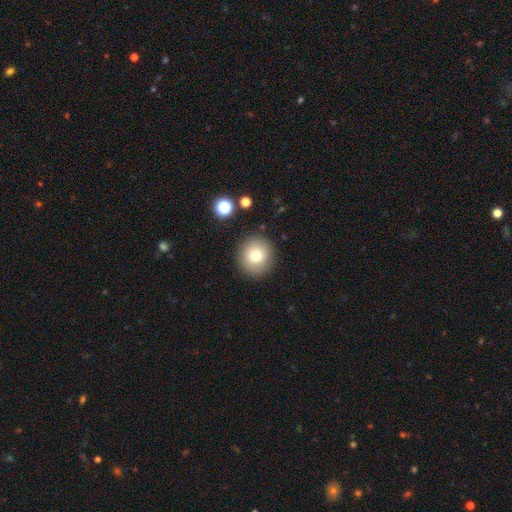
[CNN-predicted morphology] Overall: smooth (76%). How rounded: round (93%). Merging: none (89%).